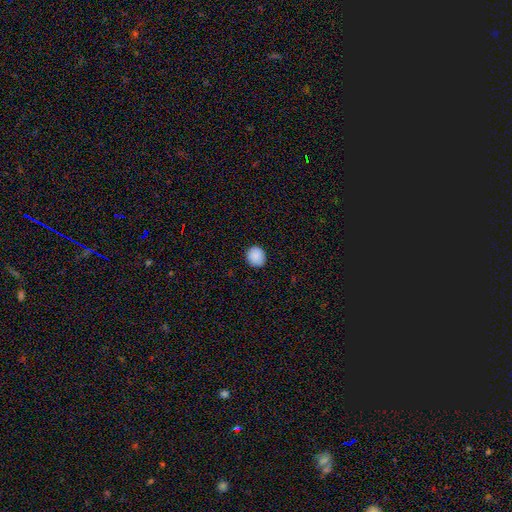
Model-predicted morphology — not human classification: smooth-or-featured: smooth: 89% | star or artifact: 8% | featured or disk: 3%
  how-rounded: round: 86% | in between: 13% | cigar-shaped: 1%
  merging: none: 90% | minor disturbance: 7% | major disturbance: 2% | merger: 1%